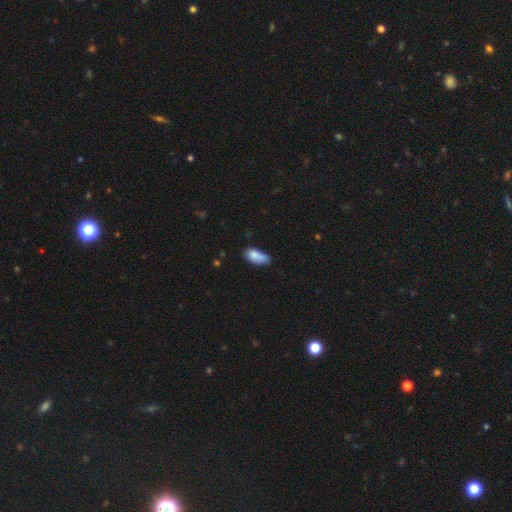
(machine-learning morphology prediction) This appears to be a smooth galaxy with no disk features (82%) that is in between round and cigar-shaped (85%). Merging: none (46%).